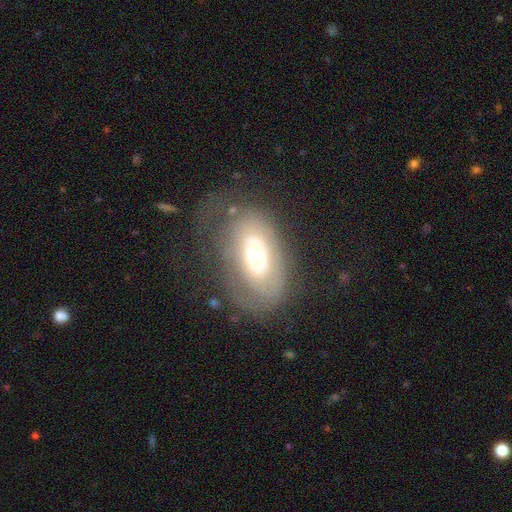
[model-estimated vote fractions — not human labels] smooth_or_featured: featured or disk (p=0.59) [alt: smooth p=0.34]
disk_edge_on: no (p=0.91) [alt: yes p=0.09]
bar: no (p=0.77) [alt: weak p=0.17]
has_spiral_arms: no (p=0.56) [alt: yes p=0.44]
bulge_size: moderate (p=0.60) [alt: small p=0.28]
merging: none (p=0.54) [alt: minor disturbance p=0.23]